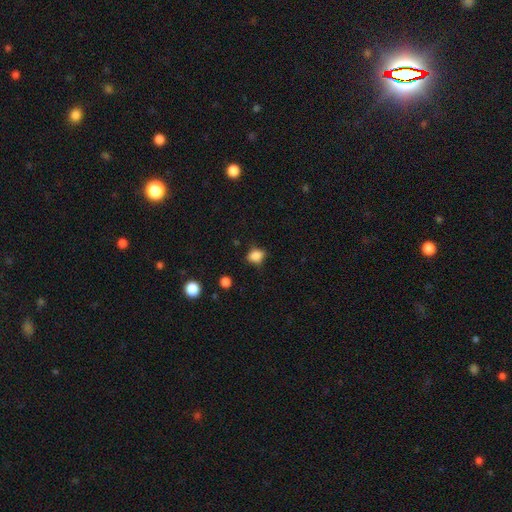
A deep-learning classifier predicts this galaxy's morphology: Q: Smooth or featured?
A: smooth (83%); runner-up: star or artifact (11%)
Q: How rounded?
A: round (52%); runner-up: in between (47%)
Q: Merging?
A: none (69%); runner-up: minor disturbance (24%)